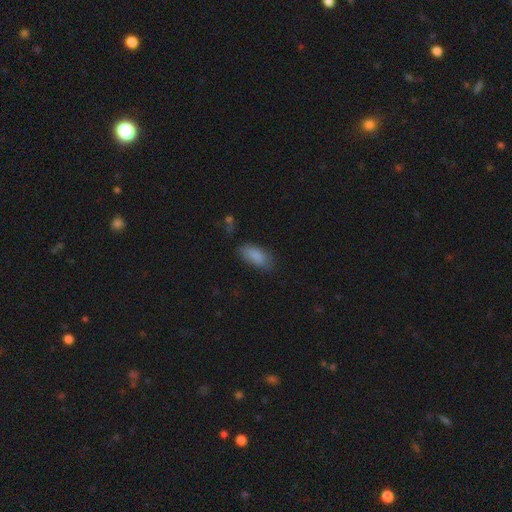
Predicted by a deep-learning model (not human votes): Q: Smooth or featured?
A: smooth (86%); runner-up: star or artifact (8%)
Q: How rounded?
A: in between (86%); runner-up: cigar-shaped (12%)
Q: Merging?
A: none (72%); runner-up: minor disturbance (20%)